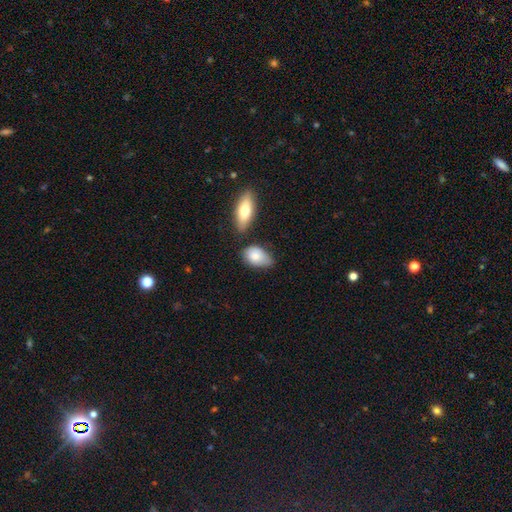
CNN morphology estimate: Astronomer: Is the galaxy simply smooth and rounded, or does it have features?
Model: smooth — 81%.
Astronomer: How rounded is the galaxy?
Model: in between — 89%.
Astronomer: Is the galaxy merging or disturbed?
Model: none — 50% (runner-up: minor disturbance, 30%).